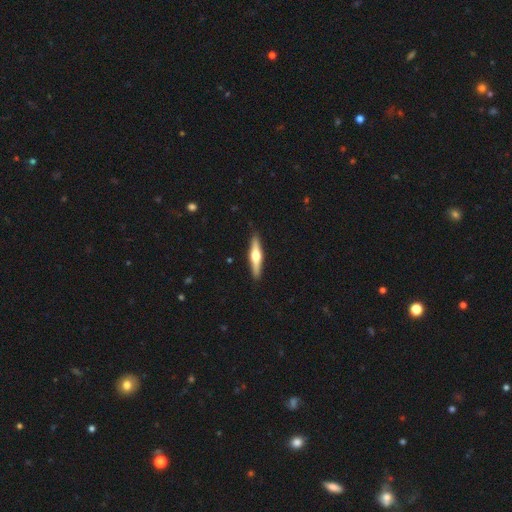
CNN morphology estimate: smooth-or-featured: featured or disk: 60% | smooth: 35% | star or artifact: 5%
  disk-edge-on: yes: 96% | no: 4%
    edge-on-bulge: rounded: 92% | boxy: 5% | none: 3%
  merging: none: 90% | minor disturbance: 7% | major disturbance: 1% | merger: 1%